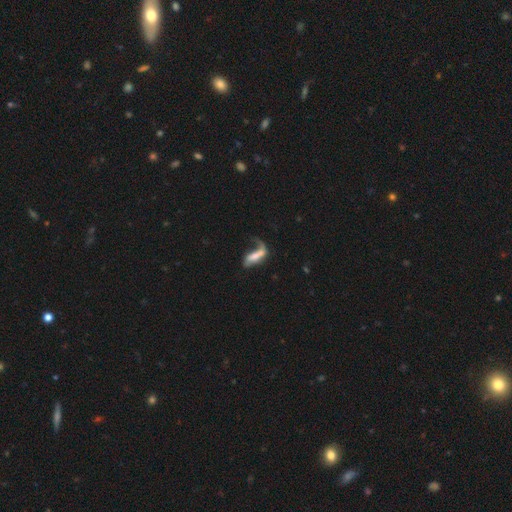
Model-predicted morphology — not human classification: Smooth or featured: featured or disk — 50% (smooth — 41%)
Merging: major disturbance — 43% (none — 27%)